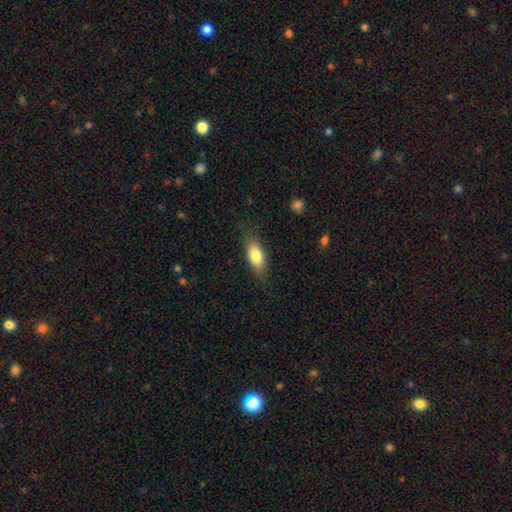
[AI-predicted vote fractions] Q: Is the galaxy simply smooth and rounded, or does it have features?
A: smooth — 78%.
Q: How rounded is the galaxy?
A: in between — 80%.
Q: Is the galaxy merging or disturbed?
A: none — 77%.